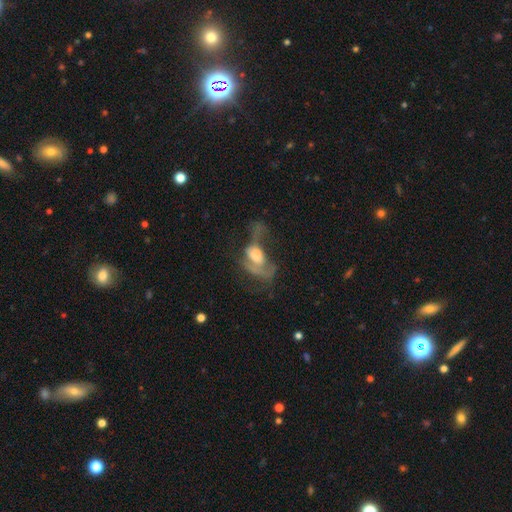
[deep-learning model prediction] Smooth or featured: featured or disk — 55% (smooth — 33%)
Edge-on disk: no — 93% (yes — 7%)
Bar: no — 73% (weak — 21%)
Spiral arms: no — 59% (yes — 41%)
Bulge size: large — 37% (tied with moderate — 37%)
Merging: major disturbance — 59% (none — 19%)